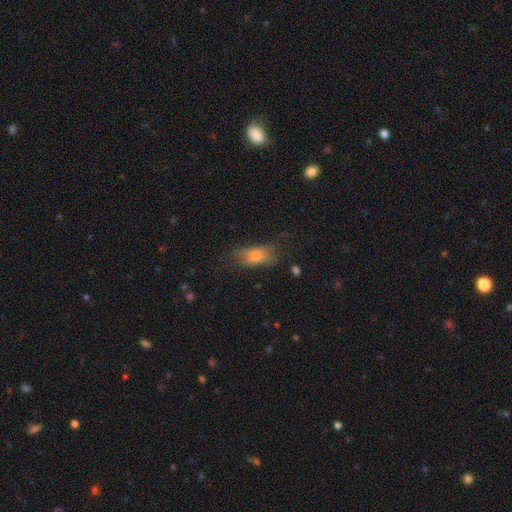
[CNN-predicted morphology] This is likely a smooth galaxy (69%). How rounded: likely in between (76%). Merging: possibly none (52%).